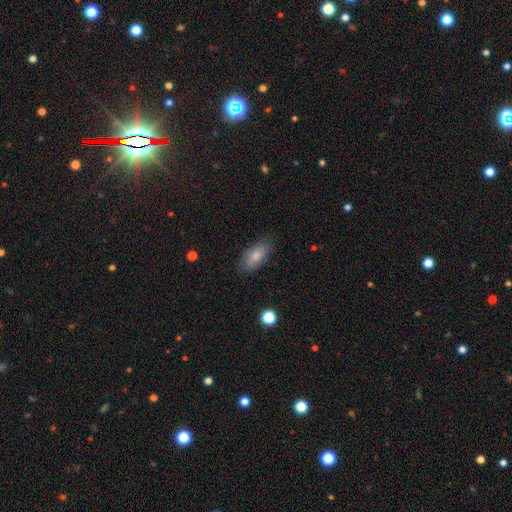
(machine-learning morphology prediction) type=smooth (75%); roundness=in between (88%); merging=none (79%).